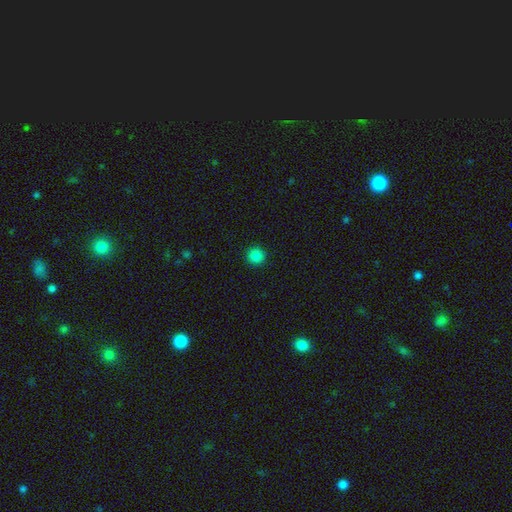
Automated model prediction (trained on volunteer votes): smooth 85%, star or artifact 12%, featured or disk 3%. Down the decision tree: how rounded — round (95%); merging — none (93%).